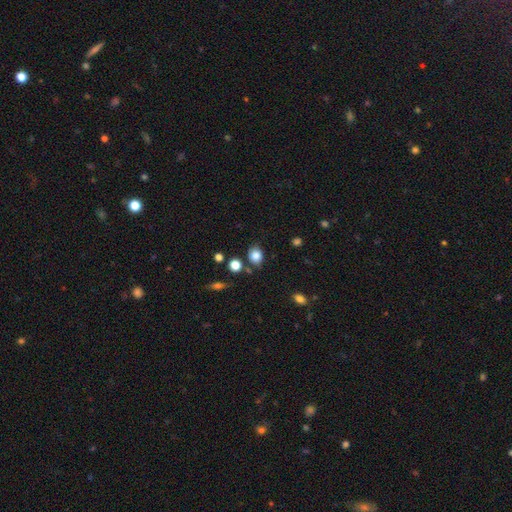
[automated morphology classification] A smooth galaxy with no disk features (84%) that is round (50%). Merging: none (75%).